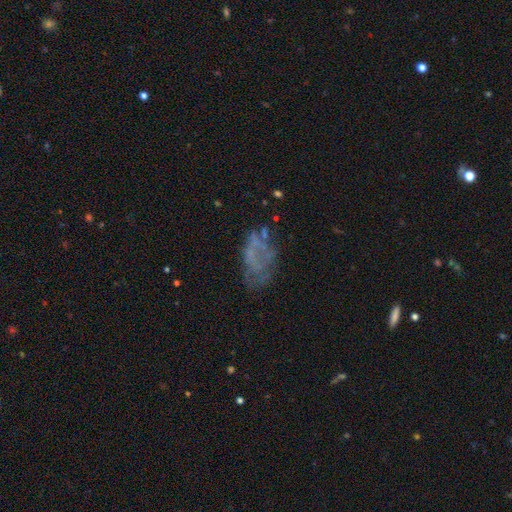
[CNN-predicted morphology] Q: Smooth or featured?
A: featured or disk (48%); runner-up: smooth (32%)
Q: Merging?
A: none (51%); runner-up: major disturbance (23%)